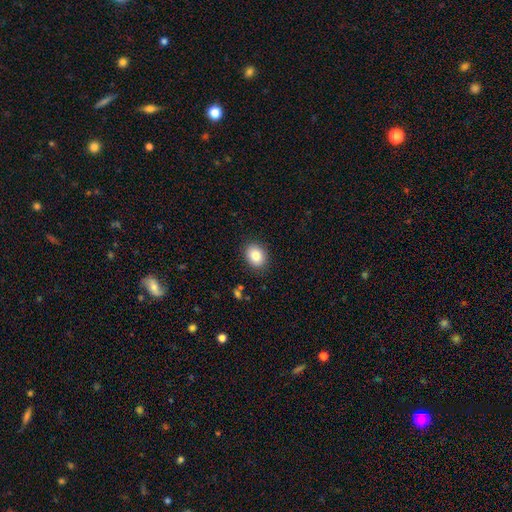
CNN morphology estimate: The model was most divided on "how rounded": in between: 54%, round: 45%, cigar-shaped: 1%. More confident: merging — none (89%); smooth or featured — smooth (85%).